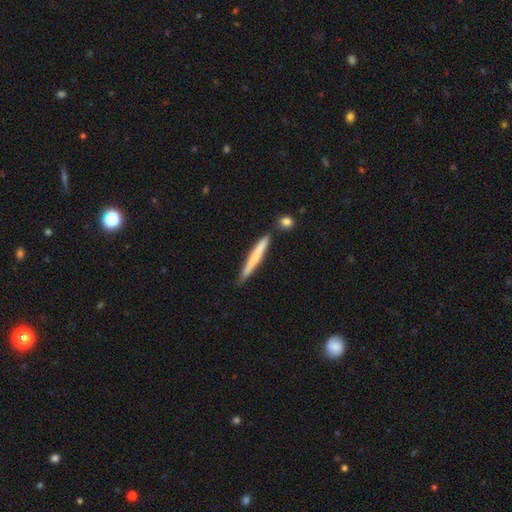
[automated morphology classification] Smooth or featured? smooth (61%)
How rounded? cigar-shaped (96%)
Merging? none (81%)